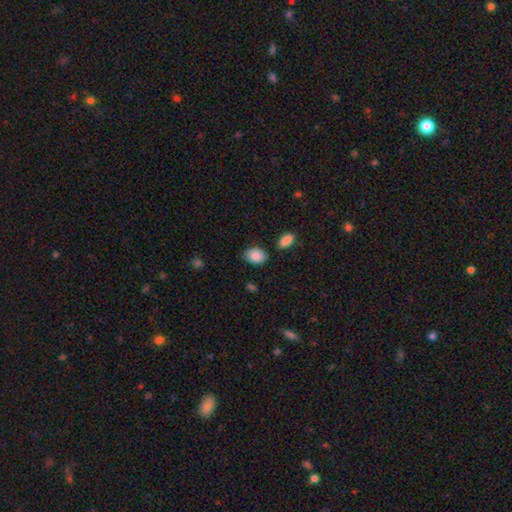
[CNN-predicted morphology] Overall: smooth (88%). How rounded: in between (80%). Merging: none (74%).